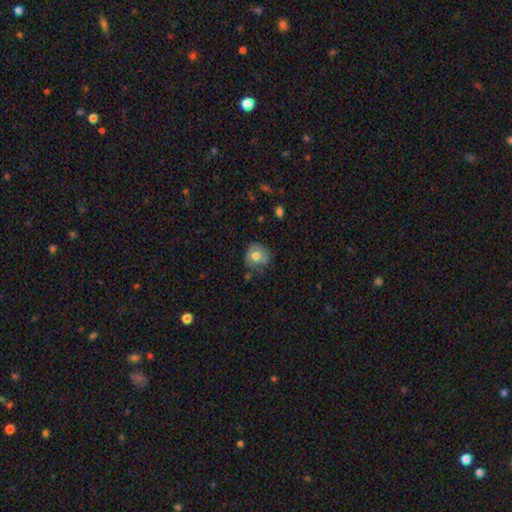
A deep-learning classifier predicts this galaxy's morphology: smooth 66%, featured or disk 26%, star or artifact 8%. Down the decision tree: how rounded — round (80%); merging — none (60%).